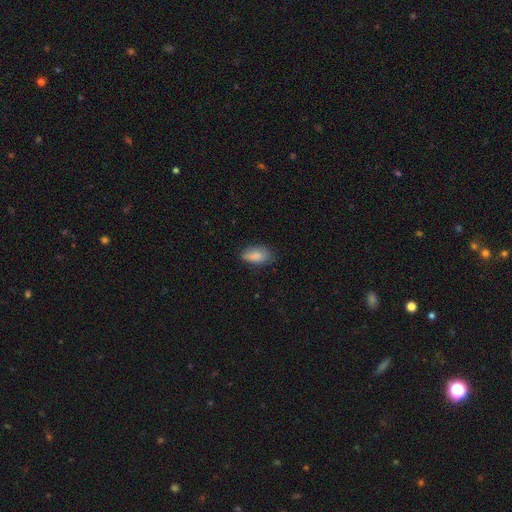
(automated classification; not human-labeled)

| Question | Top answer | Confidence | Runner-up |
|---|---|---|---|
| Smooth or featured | smooth | 86% | star or artifact (8%) |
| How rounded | in between | 91% | cigar-shaped (5%) |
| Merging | none | 65% | minor disturbance (28%) |